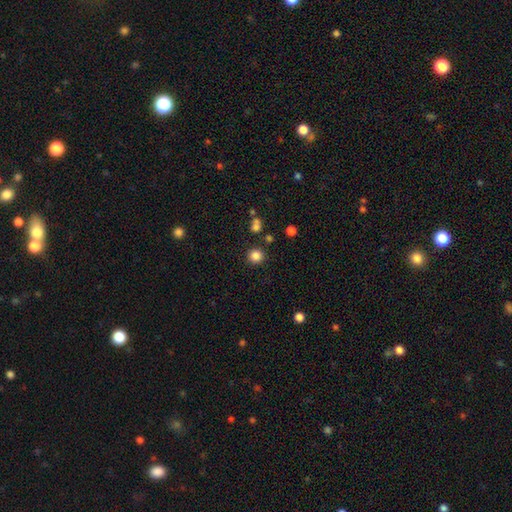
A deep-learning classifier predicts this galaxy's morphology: Smooth or featured? smooth (85%)
How rounded? round (94%)
Merging? none (88%)